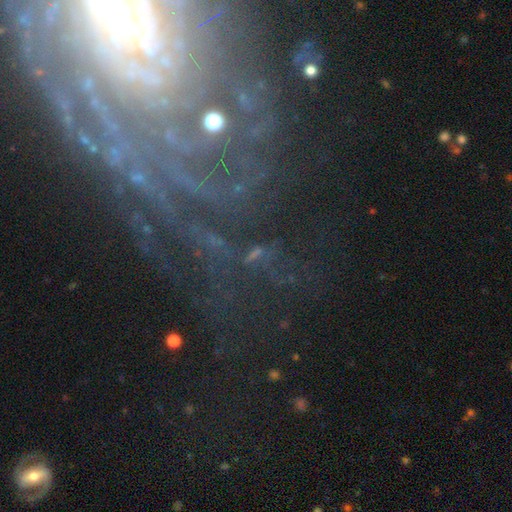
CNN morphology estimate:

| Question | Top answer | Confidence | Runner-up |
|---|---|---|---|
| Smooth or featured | featured or disk | 53% | star or artifact (34%) |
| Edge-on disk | no | 94% | yes (6%) |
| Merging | none | 64% | minor disturbance (17%) |